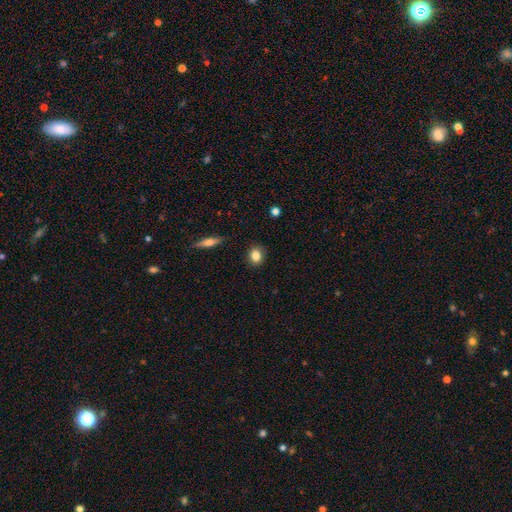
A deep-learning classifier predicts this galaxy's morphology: type=smooth (84%); roundness=round (58%); merging=none (88%).